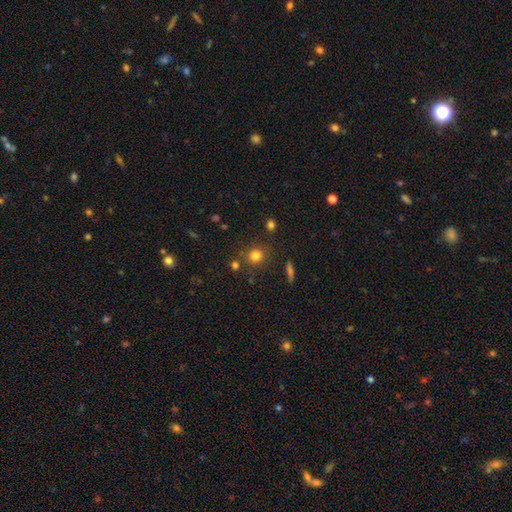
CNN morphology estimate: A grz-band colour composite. It shows a smooth galaxy with no disk features (78%) that is round (89%). Merging: none (80%).